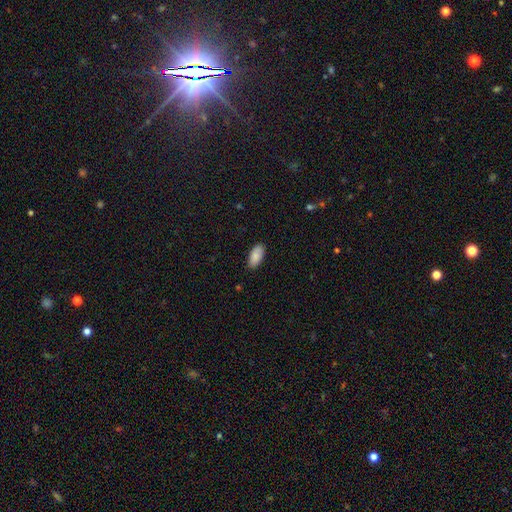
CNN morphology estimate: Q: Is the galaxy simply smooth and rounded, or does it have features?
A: smooth — 87%.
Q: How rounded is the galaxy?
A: in between — 93%.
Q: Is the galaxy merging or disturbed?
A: none — 88%.